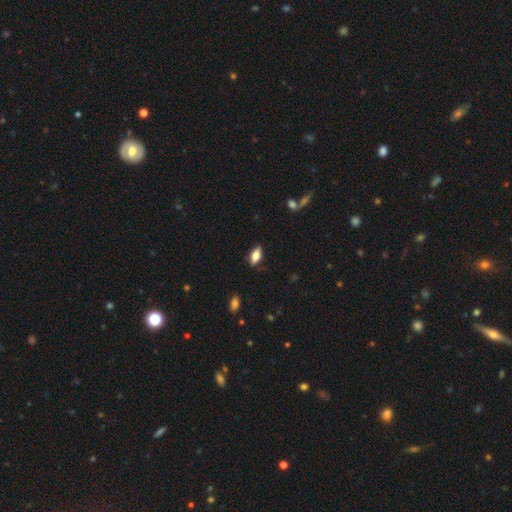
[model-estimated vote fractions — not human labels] Overall: smooth (66%). How rounded: in between (82%). Merging: none (84%).